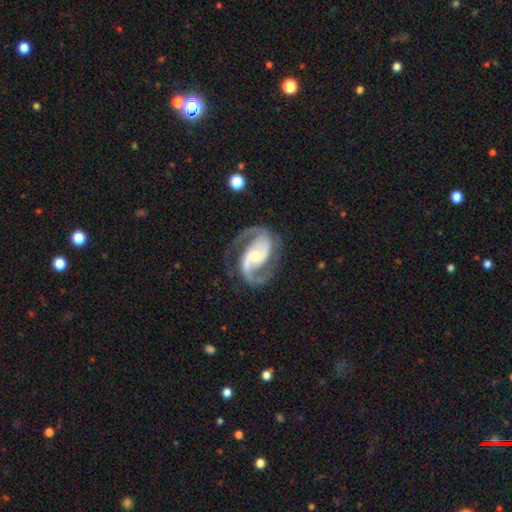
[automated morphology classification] A featured or disk galaxy (92%) with no bar (42%), 2 (91%) medium (59%) spiral arms (98%) and a moderate central bulge (53%). Merging: none (73%).